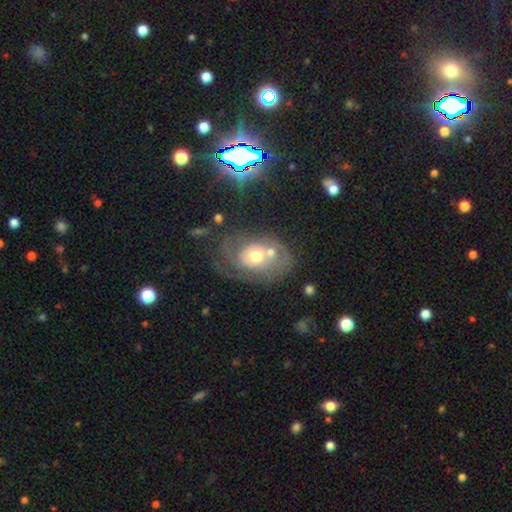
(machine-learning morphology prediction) Smooth or featured?
  - featured or disk: 60% *
  - smooth: 31%
  - star or artifact: 9%
Edge-on disk?
  - no: 95% *
  - yes: 5%
Bar?
  - no: 84% *
  - weak: 14%
  - strong: 3%
Spiral arms?
  - yes: 60% *
  - no: 40%
Bulge size?
  - moderate: 68% *
  - large: 18%
  - small: 11%
  - dominant: 2%
  - none: 1%
Merging?
  - none: 36% *
  - major disturbance: 24%
  - minor disturbance: 20%
  - merger: 20%